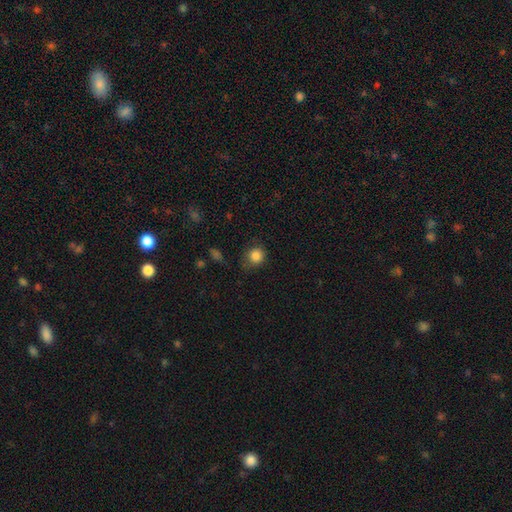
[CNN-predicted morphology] smooth_or_featured: smooth (p=0.85) [alt: star or artifact p=0.11]
how_rounded: round (p=0.84) [alt: in between p=0.15]
merging: none (p=0.72) [alt: minor disturbance p=0.20]